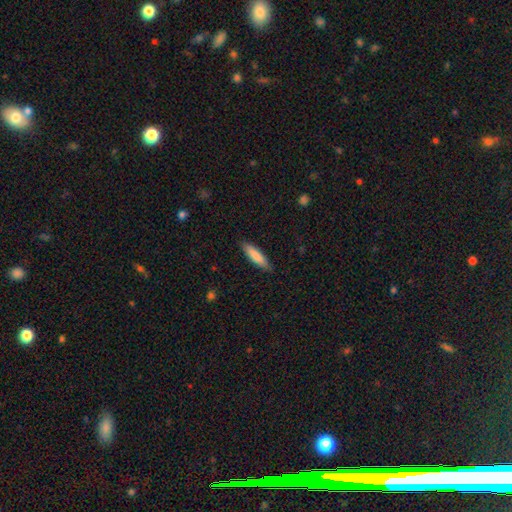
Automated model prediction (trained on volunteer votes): smooth 83%, featured or disk 12%, star or artifact 5%. Down the decision tree: how rounded — cigar-shaped (73%); merging — none (88%).